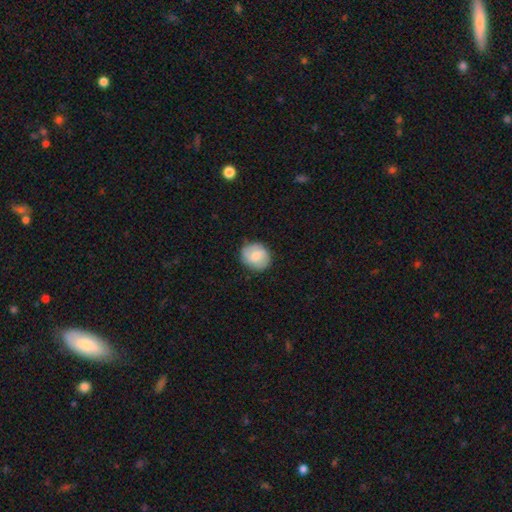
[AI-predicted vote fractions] Morphology: type=smooth (66%); roundness=round (76%); merging=none (82%).